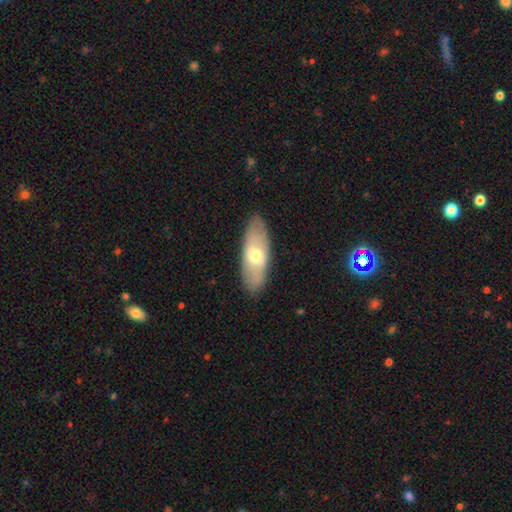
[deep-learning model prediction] Morphology: type=smooth (55%); roundness=in between (75%); merging=none (86%).